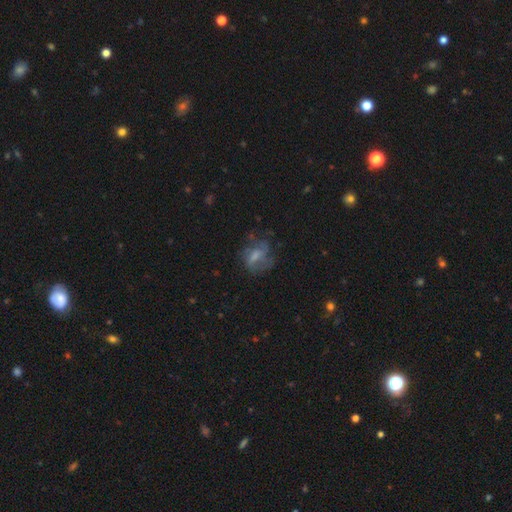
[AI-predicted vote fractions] Smooth or featured: featured or disk — 50% (smooth — 39%)
Merging: none — 48% (major disturbance — 27%)